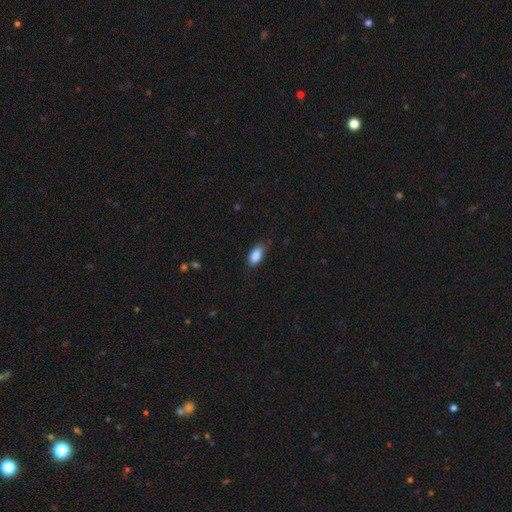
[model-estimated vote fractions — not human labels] smooth_or_featured: smooth (p=0.88) [alt: star or artifact p=0.07]
how_rounded: in between (p=0.91) [alt: cigar-shaped p=0.06]
merging: none (p=0.79) [alt: minor disturbance p=0.17]